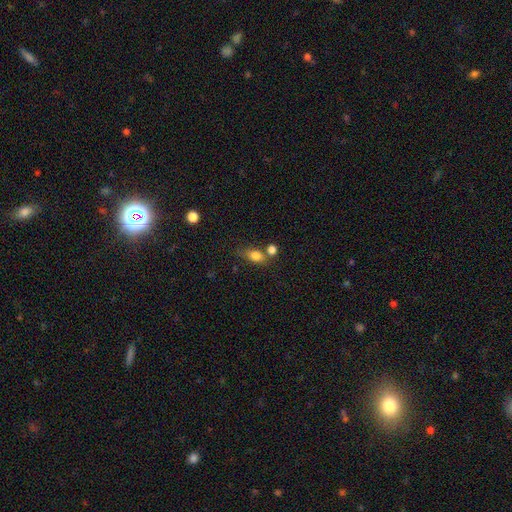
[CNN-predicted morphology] This is clearly a smooth galaxy (80%). How rounded: likely in between (70%). Merging: possibly none (51%).